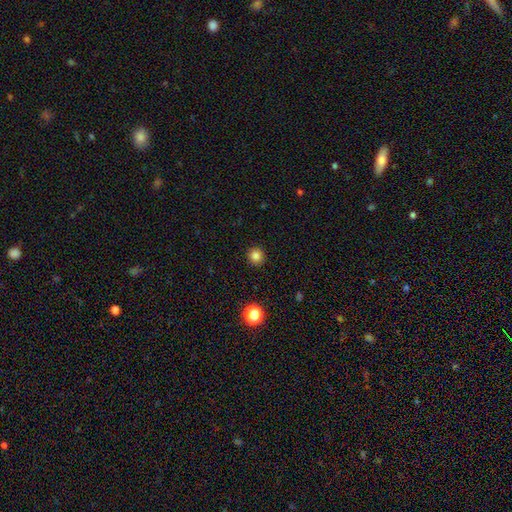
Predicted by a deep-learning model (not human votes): A smooth galaxy with no disk features (83%) that is round (93%).

Vote fractions:
- Smooth or featured? smooth: 83% / star or artifact: 13% / featured or disk: 4%
- How rounded? round: 93% / in between: 6% / cigar-shaped: 1%
- Merging? none: 92% / minor disturbance: 5% / major disturbance: 2% / merger: 1%